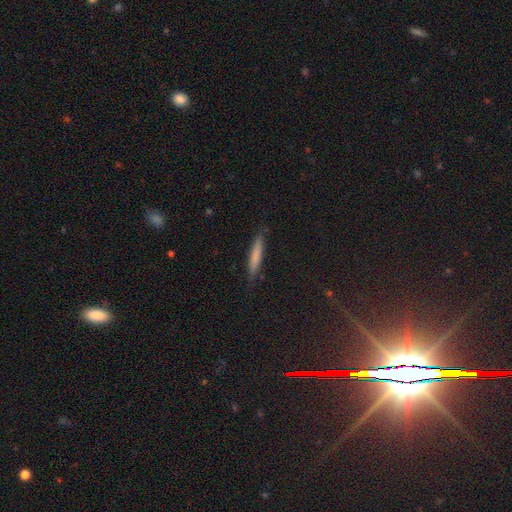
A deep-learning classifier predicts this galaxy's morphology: Q: Smooth or featured?
A: smooth (70%); runner-up: featured or disk (23%)
Q: How rounded?
A: cigar-shaped (92%); runner-up: in between (6%)
Q: Merging?
A: none (83%); runner-up: minor disturbance (13%)